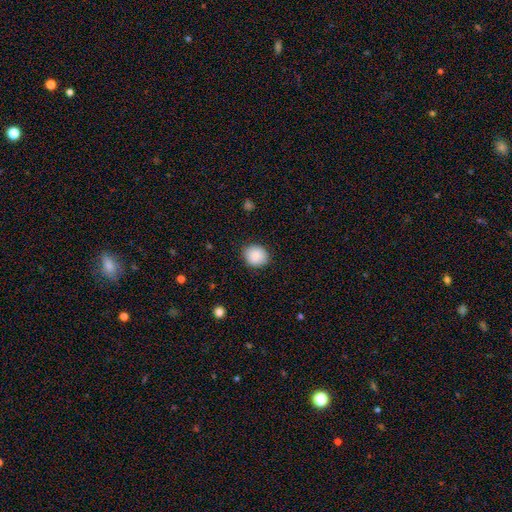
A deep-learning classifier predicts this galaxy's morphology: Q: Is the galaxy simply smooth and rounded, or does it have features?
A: smooth — 89%.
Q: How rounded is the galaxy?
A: round — 67%.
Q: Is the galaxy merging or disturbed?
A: none — 87%.